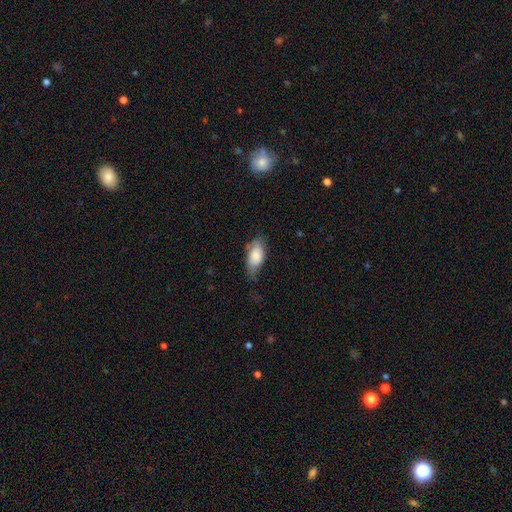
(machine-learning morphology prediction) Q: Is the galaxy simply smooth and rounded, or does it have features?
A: smooth — 76%.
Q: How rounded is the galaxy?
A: in between — 91%.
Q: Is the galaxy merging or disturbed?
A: none — 43%.